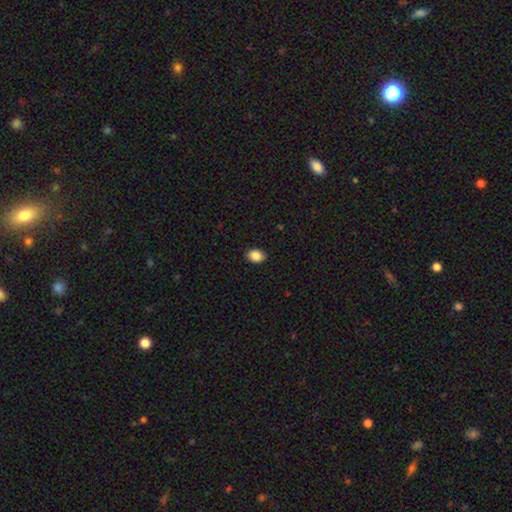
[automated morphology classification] Q: Smooth or featured?
A: smooth (88%); runner-up: star or artifact (8%)
Q: How rounded?
A: in between (73%); runner-up: round (26%)
Q: Merging?
A: none (90%); runner-up: minor disturbance (8%)